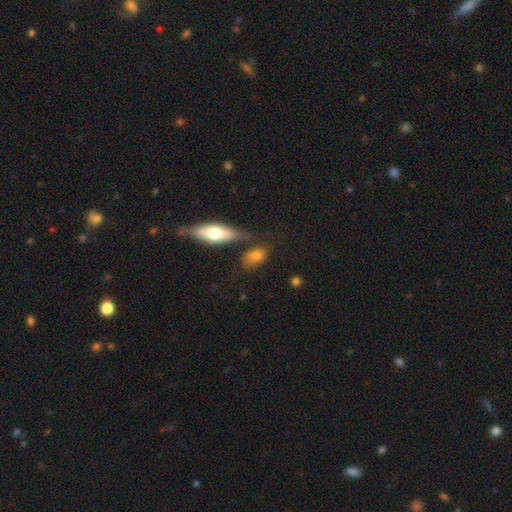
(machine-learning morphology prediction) smooth_or_featured: smooth (p=0.73) [alt: featured or disk p=0.16]
how_rounded: in between (p=0.77) [alt: round p=0.14]
merging: none (p=0.60) [alt: minor disturbance p=0.18]